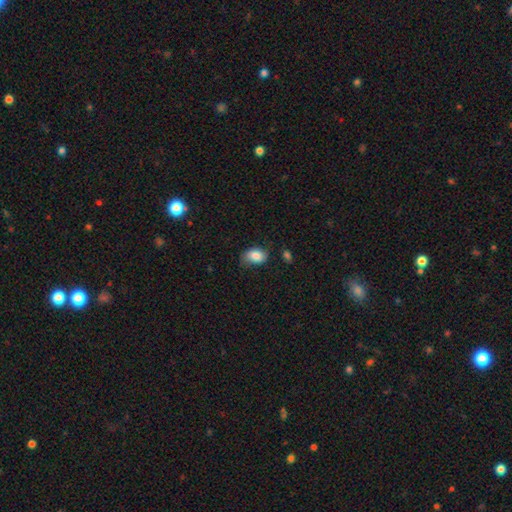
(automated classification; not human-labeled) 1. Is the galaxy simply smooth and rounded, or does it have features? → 83% smooth, 9% featured or disk, 8% star or artifact.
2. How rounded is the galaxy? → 81% in between, 18% round, 1% cigar-shaped.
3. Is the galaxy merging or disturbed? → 60% none, 30% minor disturbance, 8% major disturbance, 2% merger.